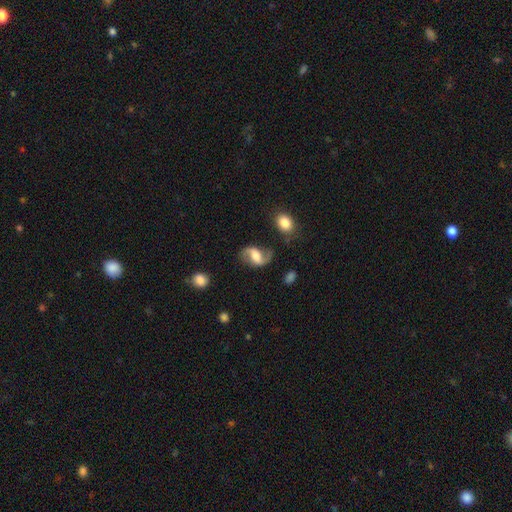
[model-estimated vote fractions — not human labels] Smooth or featured: featured or disk — 79% (smooth — 15%)
Edge-on disk: no — 97% (yes — 3%)
Bar: weak — 44% (no — 29%)
Spiral arms: yes — 93% (no — 7%)
Spiral winding: loose — 62% (medium — 31%)
Spiral arm count: 2 — 92% (1 — 3%)
Bulge size: moderate — 44% (large — 27%)
Merging: none — 71% (minor disturbance — 17%)